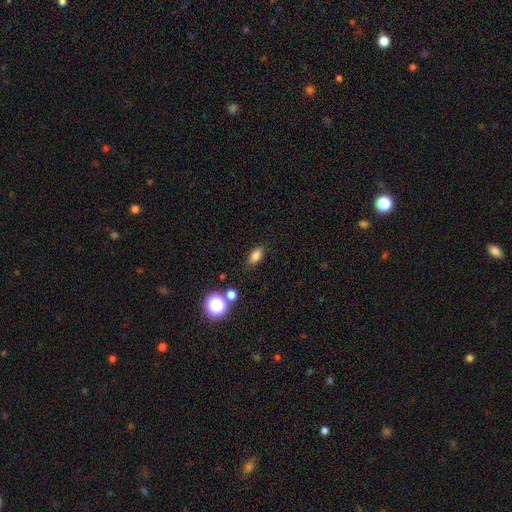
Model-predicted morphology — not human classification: smooth-or-featured: smooth: 81% | star or artifact: 13% | featured or disk: 6%
  how-rounded: in between: 83% | round: 11% | cigar-shaped: 6%
  merging: none: 83% | minor disturbance: 11% | merger: 3% | major disturbance: 3%